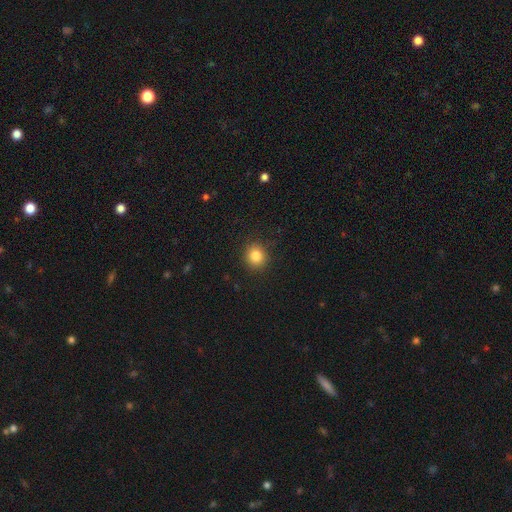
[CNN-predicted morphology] Q: Smooth or featured?
A: smooth (84%); runner-up: star or artifact (11%)
Q: How rounded?
A: round (83%); runner-up: in between (16%)
Q: Merging?
A: none (89%); runner-up: minor disturbance (7%)